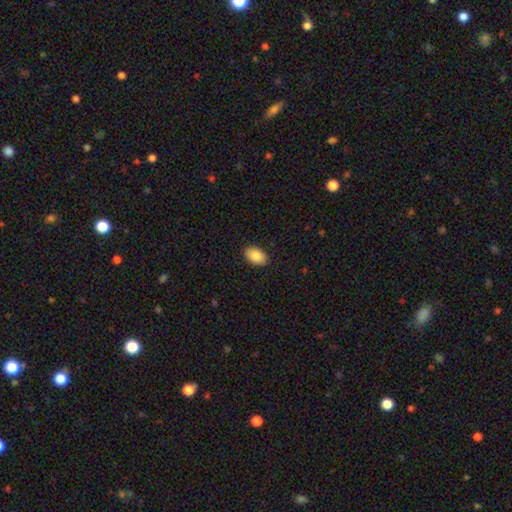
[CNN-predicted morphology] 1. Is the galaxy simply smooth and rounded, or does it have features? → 85% smooth, 8% featured or disk, 7% star or artifact.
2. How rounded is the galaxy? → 91% in between, 8% round, 1% cigar-shaped.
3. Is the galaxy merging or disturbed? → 90% none, 8% minor disturbance, 2% major disturbance, 1% merger.